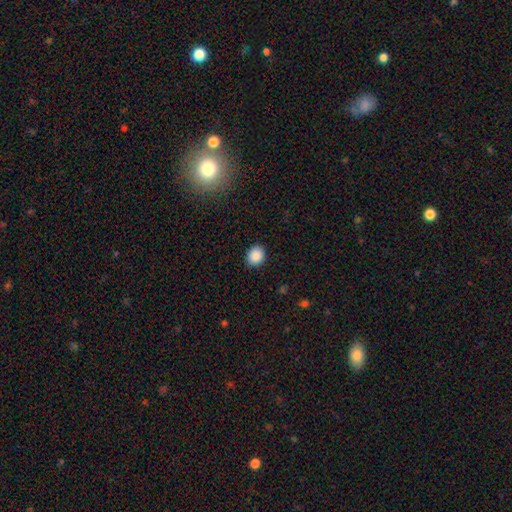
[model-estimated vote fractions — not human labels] smooth 89%, star or artifact 8%, featured or disk 3%. Down the decision tree: how rounded — round (62%); merging — none (89%).